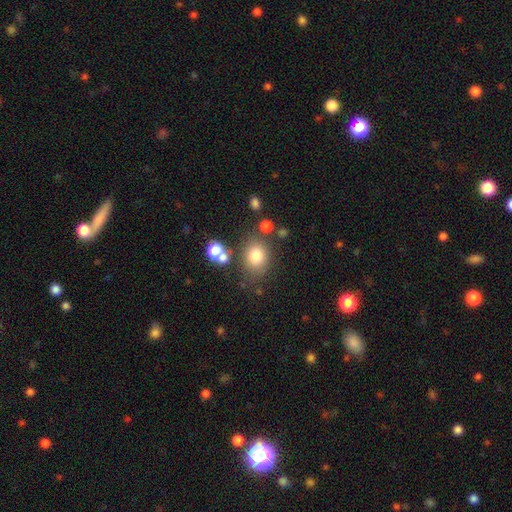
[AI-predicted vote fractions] smooth 78%, star or artifact 13%, featured or disk 9%. Down the decision tree: how rounded — round (62%); merging — none (73%).